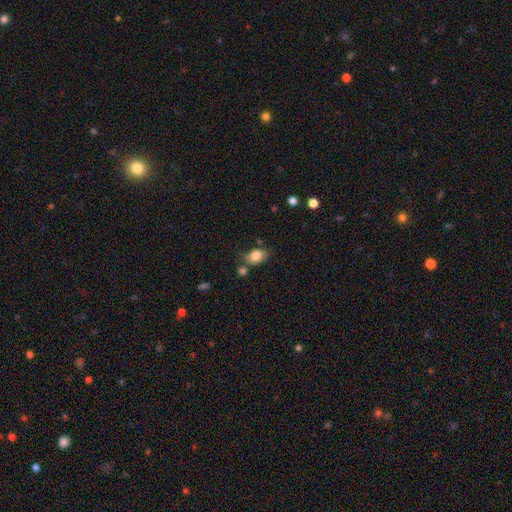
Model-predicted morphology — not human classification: Q: Smooth or featured?
A: smooth (81%); runner-up: featured or disk (11%)
Q: How rounded?
A: in between (78%); runner-up: round (20%)
Q: Merging?
A: none (57%); runner-up: minor disturbance (24%)